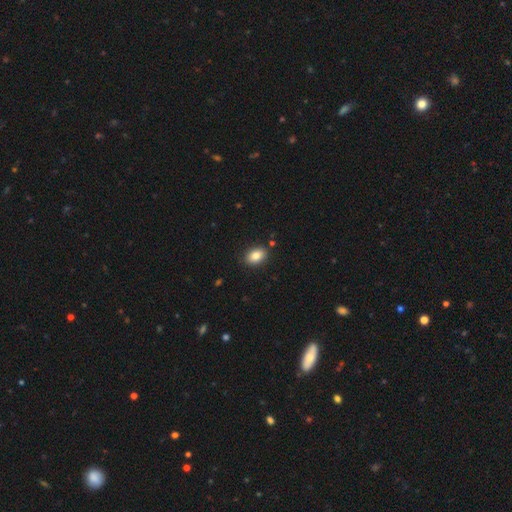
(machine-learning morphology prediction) Smooth or featured?
  - smooth: 85% *
  - star or artifact: 9%
  - featured or disk: 6%
How rounded?
  - in between: 84% *
  - round: 15%
  - cigar-shaped: 1%
Merging?
  - none: 87% *
  - minor disturbance: 9%
  - major disturbance: 2%
  - merger: 2%